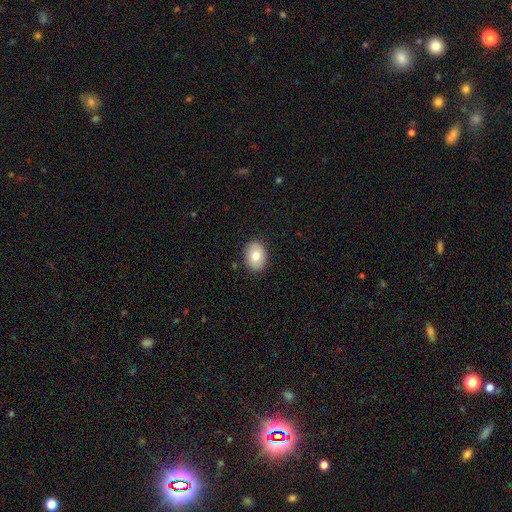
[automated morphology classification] type=smooth (79%); roundness=in between (67%); merging=none (88%).